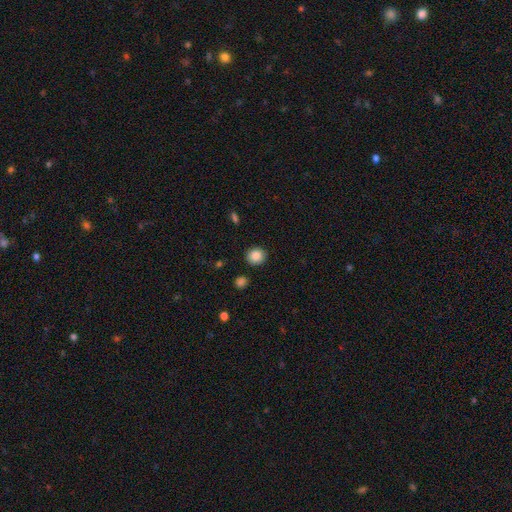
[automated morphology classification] A smooth galaxy with no disk features (87%) that is round (84%).

Vote fractions:
- Smooth or featured? smooth: 87% / star or artifact: 9% / featured or disk: 4%
- How rounded? round: 84% / in between: 15% / cigar-shaped: 1%
- Merging? none: 89% / minor disturbance: 7% / major disturbance: 2% / merger: 2%